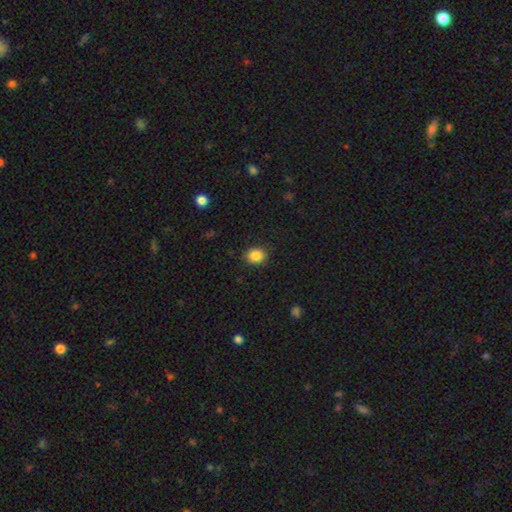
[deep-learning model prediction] Morphology: type=smooth (86%); roundness=round (66%); merging=none (88%).